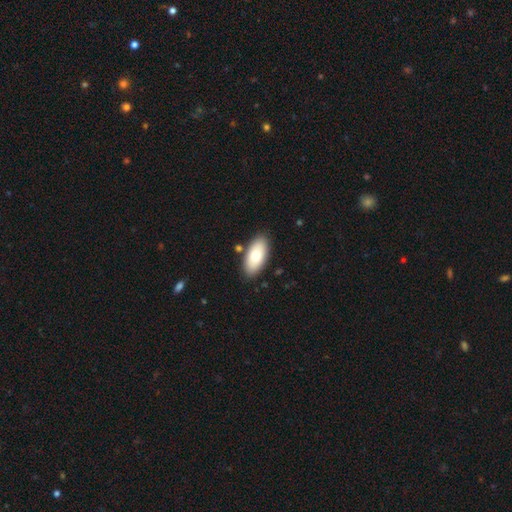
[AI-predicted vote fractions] Smooth or featured? Predicted: smooth (p=0.77). How rounded? Predicted: in between (p=0.93). Merging? Predicted: none (p=0.85).